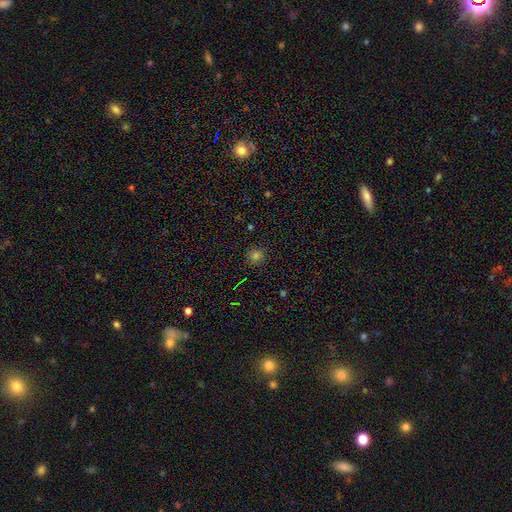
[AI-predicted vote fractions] Q: Smooth or featured?
A: smooth (74%); runner-up: star or artifact (19%)
Q: How rounded?
A: round (91%); runner-up: in between (8%)
Q: Merging?
A: none (89%); runner-up: minor disturbance (8%)